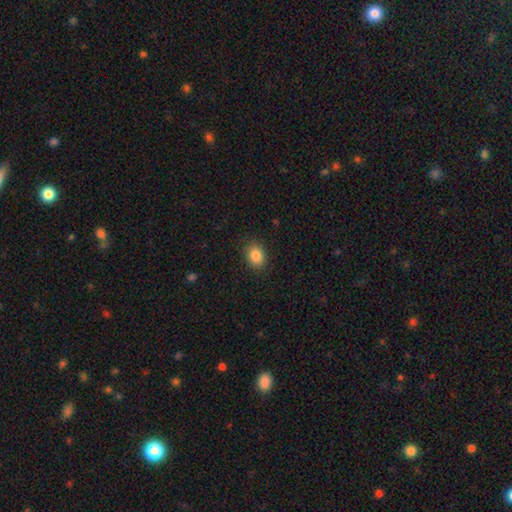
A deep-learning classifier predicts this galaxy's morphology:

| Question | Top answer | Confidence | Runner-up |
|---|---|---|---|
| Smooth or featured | smooth | 86% | star or artifact (9%) |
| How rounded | in between | 59% | round (40%) |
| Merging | none | 88% | minor disturbance (9%) |